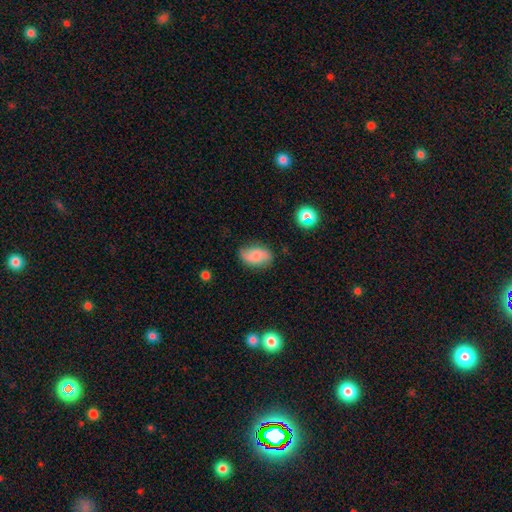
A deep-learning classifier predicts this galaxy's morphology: Smooth or featured?
  - smooth: 71% *
  - featured or disk: 20%
  - star or artifact: 8%
How rounded?
  - in between: 91% *
  - round: 7%
  - cigar-shaped: 2%
Merging?
  - none: 76% *
  - minor disturbance: 18%
  - major disturbance: 4%
  - merger: 2%